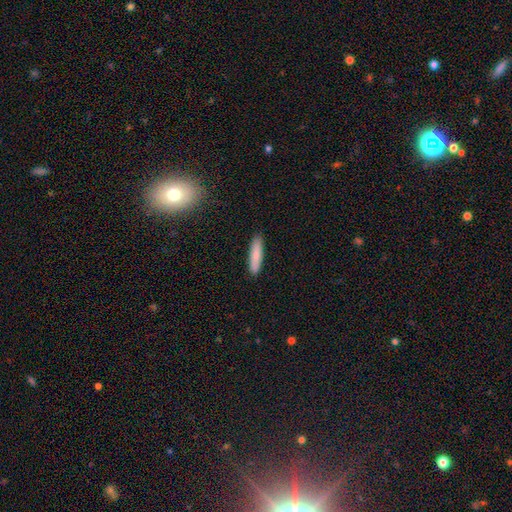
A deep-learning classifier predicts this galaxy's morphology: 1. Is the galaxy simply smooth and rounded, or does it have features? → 84% smooth, 10% featured or disk, 6% star or artifact.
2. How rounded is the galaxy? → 80% cigar-shaped, 18% in between, 1% round.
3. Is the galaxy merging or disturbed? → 90% none, 7% minor disturbance, 2% major disturbance, 1% merger.